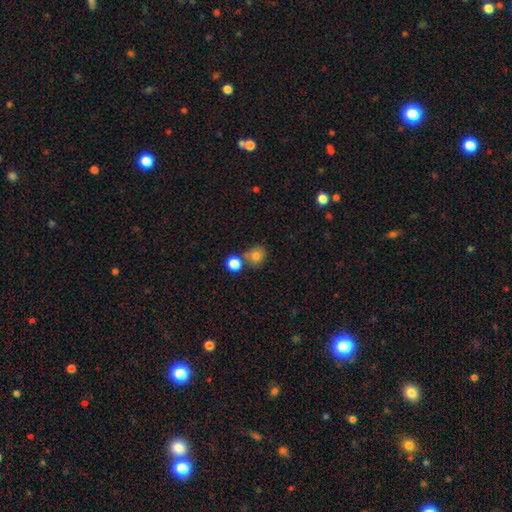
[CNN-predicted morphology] Overall: smooth (81%). How rounded: round (82%). Merging: none (62%; merger 24%).